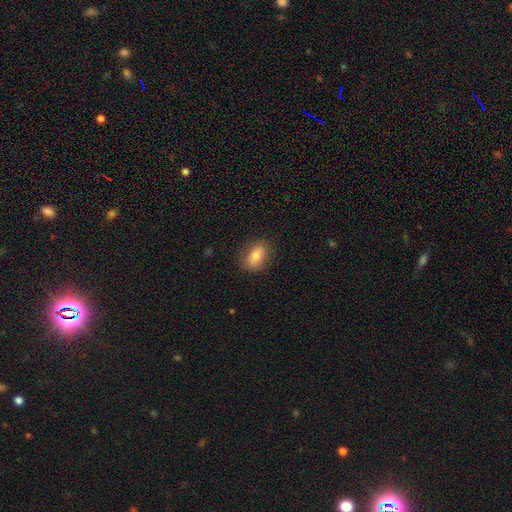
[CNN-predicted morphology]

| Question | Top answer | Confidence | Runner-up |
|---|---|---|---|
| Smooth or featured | smooth | 82% | featured or disk (10%) |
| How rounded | in between | 84% | round (12%) |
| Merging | none | 83% | minor disturbance (13%) |